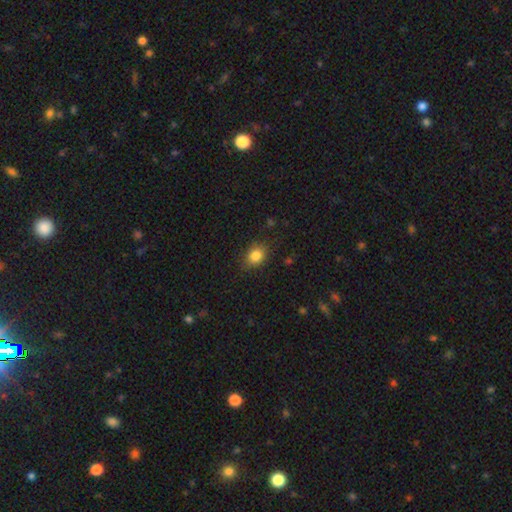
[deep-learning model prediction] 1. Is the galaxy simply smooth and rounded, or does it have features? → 84% smooth, 10% star or artifact, 6% featured or disk.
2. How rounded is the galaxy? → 60% in between, 39% round, 1% cigar-shaped.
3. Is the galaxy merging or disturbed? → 82% none, 14% minor disturbance, 4% major disturbance, 1% merger.